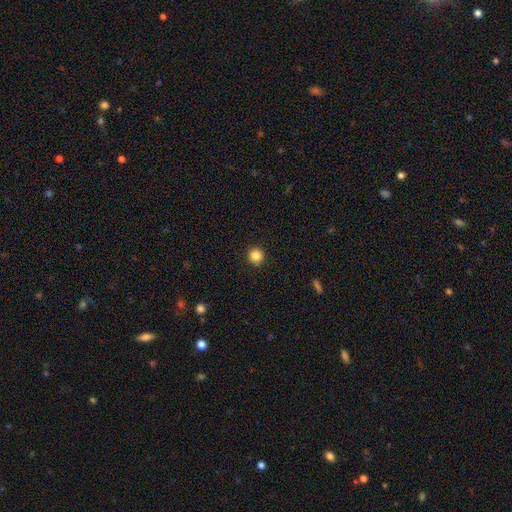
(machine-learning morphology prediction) Q: Smooth or featured?
A: smooth (85%); runner-up: star or artifact (11%)
Q: How rounded?
A: round (94%); runner-up: in between (5%)
Q: Merging?
A: none (92%); runner-up: minor disturbance (5%)